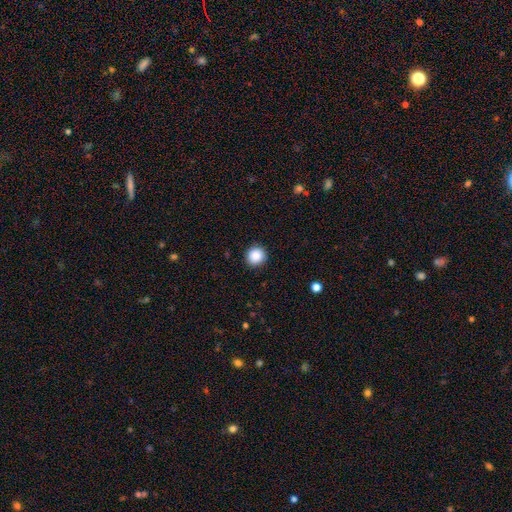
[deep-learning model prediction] smooth-or-featured: smooth: 88% | star or artifact: 9% | featured or disk: 3%
  how-rounded: round: 94% | in between: 5% | cigar-shaped: 1%
  merging: none: 92% | minor disturbance: 6% | major disturbance: 2% | merger: 1%